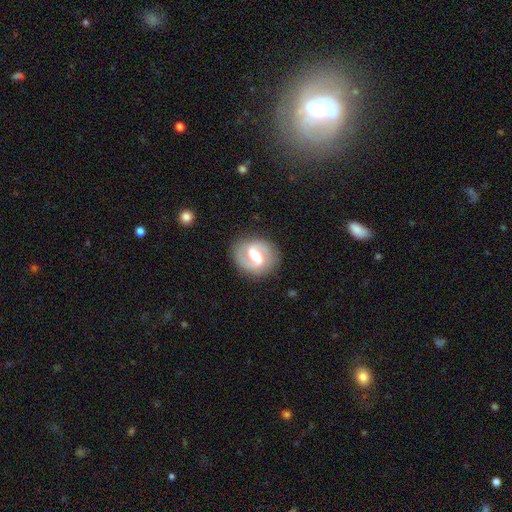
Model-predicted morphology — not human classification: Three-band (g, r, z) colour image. It shows a featured or disk galaxy (80%) with a weak bar (46%), 2 (88%) medium (50%) spiral arms (87%) and a moderate central bulge (64%). Merging: none (84%).